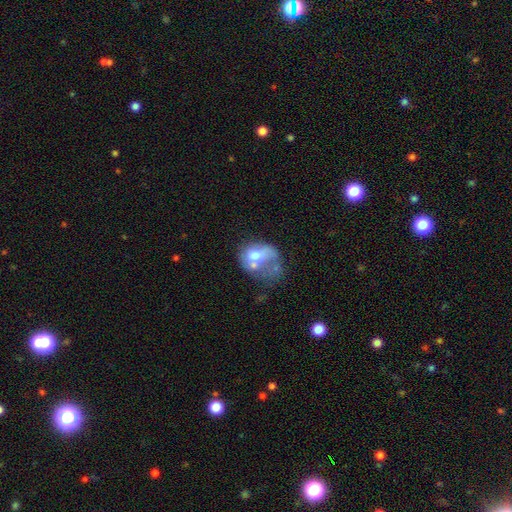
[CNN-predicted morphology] type=smooth (49%); merging=merger (34%).